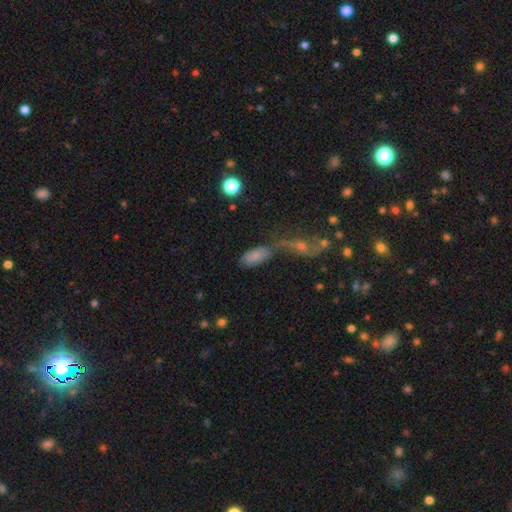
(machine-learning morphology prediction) smooth_or_featured: smooth (p=0.70) [alt: featured or disk p=0.18]
how_rounded: in between (p=0.89) [alt: cigar-shaped p=0.07]
merging: merger (p=0.46) [alt: none p=0.30]